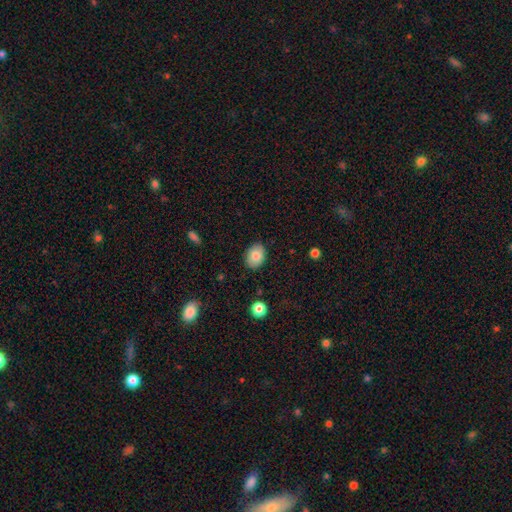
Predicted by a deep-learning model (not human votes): smooth 82%, featured or disk 11%, star or artifact 8%. Down the decision tree: how rounded — in between (72%); merging — none (87%).